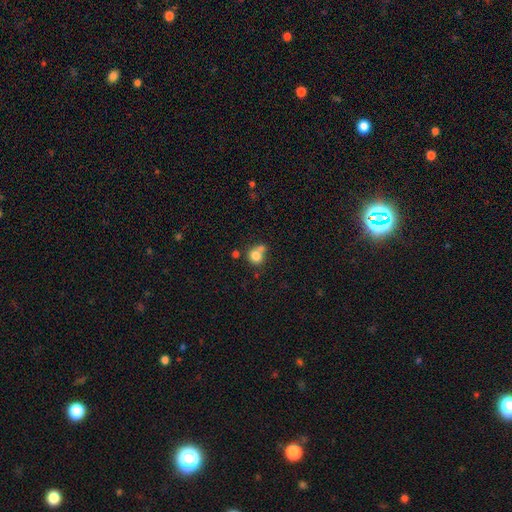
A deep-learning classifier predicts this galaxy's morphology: A smooth galaxy with no disk features (80%) that is round (78%). Merging: none (43%).